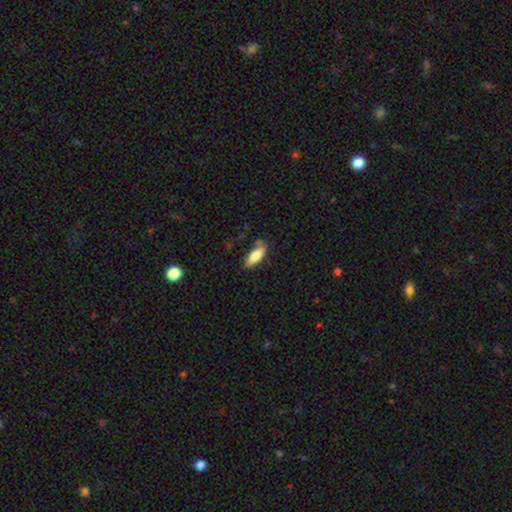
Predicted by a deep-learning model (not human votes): Smooth or featured?
  - smooth: 73% *
  - featured or disk: 20%
  - star or artifact: 6%
How rounded?
  - in between: 68% *
  - cigar-shaped: 29%
  - round: 2%
Merging?
  - none: 63% *
  - minor disturbance: 26%
  - major disturbance: 6%
  - merger: 5%